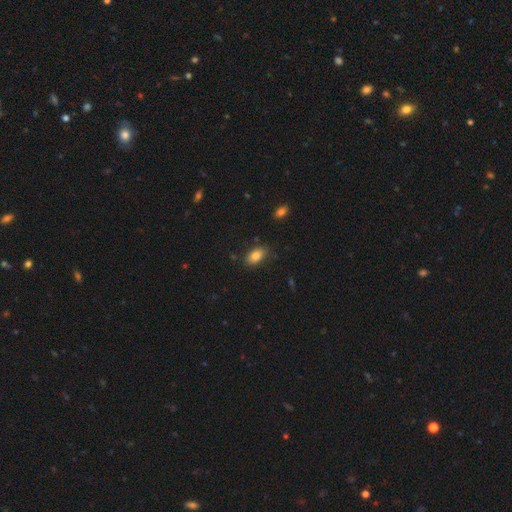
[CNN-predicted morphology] A smooth galaxy with no disk features (85%) that is in between round and cigar-shaped (90%). Merging: none (81%).